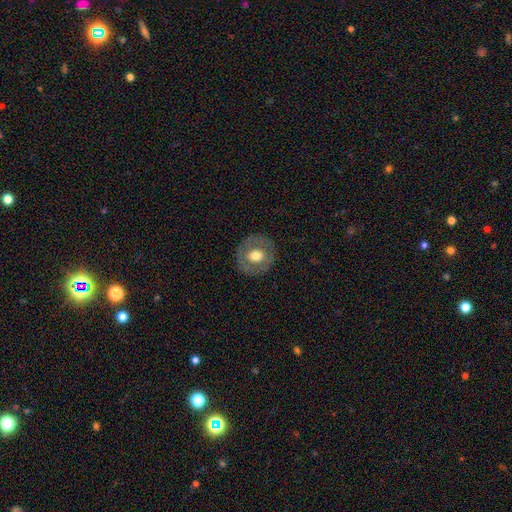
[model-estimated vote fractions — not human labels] Smooth or featured? smooth (53%)
How rounded? round (84%)
Merging? none (85%)